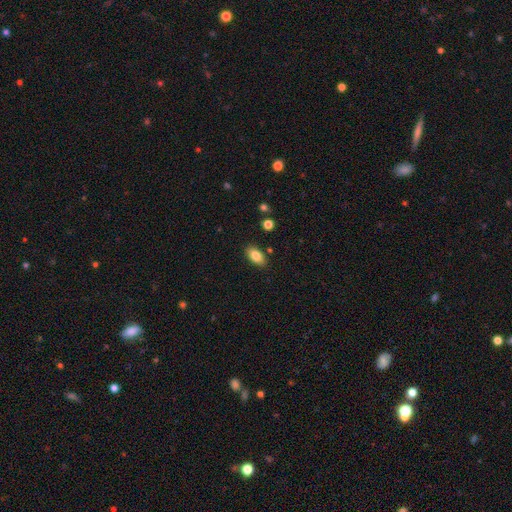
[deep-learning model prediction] Smooth or featured? smooth (84%)
How rounded? in between (92%)
Merging? none (86%)